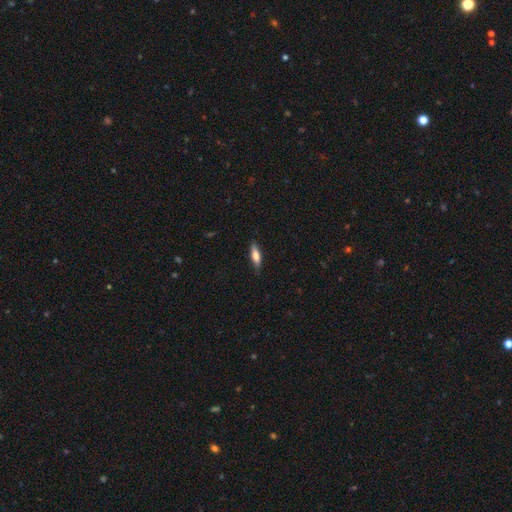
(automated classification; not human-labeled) Morphology: type=smooth (69%); roundness=cigar-shaped (56%); merging=none (85%).